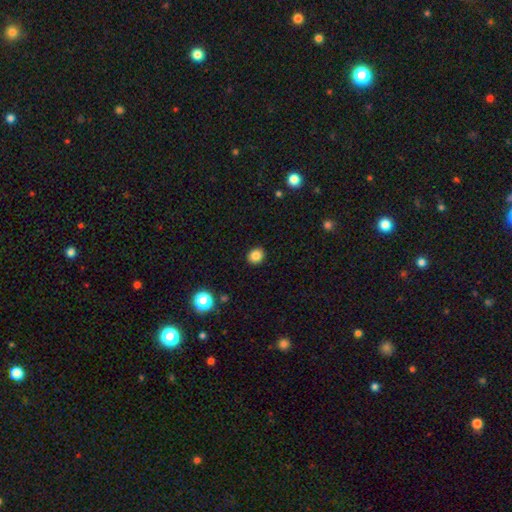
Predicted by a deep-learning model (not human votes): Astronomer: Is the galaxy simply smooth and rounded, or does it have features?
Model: smooth — 85%.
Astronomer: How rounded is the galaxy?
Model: round — 76%.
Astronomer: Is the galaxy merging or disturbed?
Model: none — 91%.